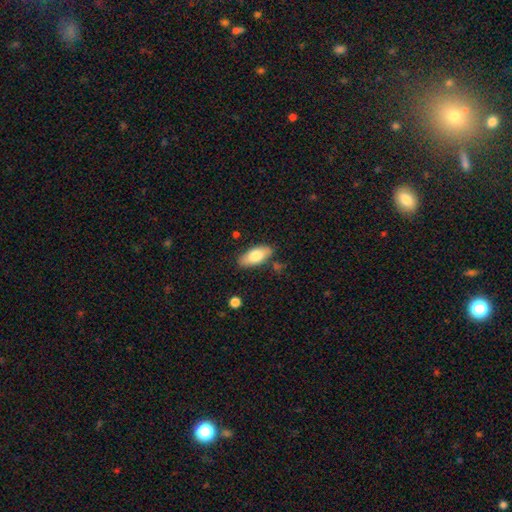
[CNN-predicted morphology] Smooth or featured? Predicted: smooth (p=0.75). How rounded? Predicted: in between (p=0.86). Merging? Predicted: none (p=0.83).